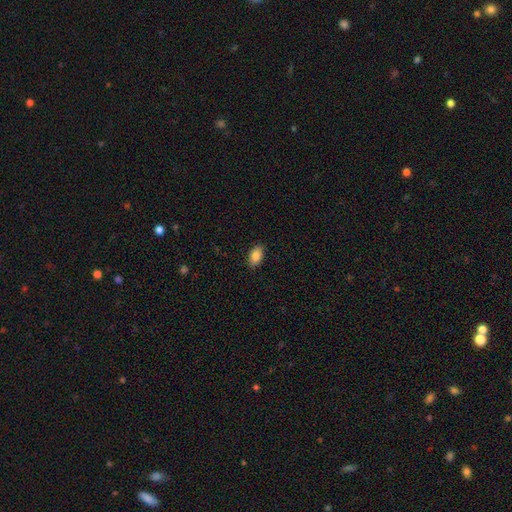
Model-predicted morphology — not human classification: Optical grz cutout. It shows a smooth galaxy with no disk features (86%) that is in between round and cigar-shaped (92%). Merging: none (88%).